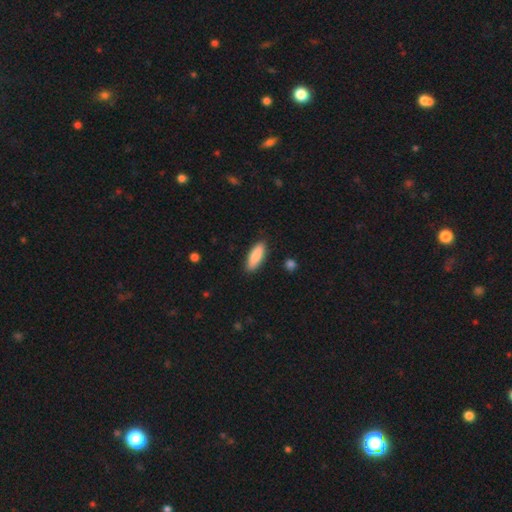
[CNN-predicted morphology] A smooth galaxy with no disk features (86%) that is in between round and cigar-shaped (61%). Merging: none (88%).